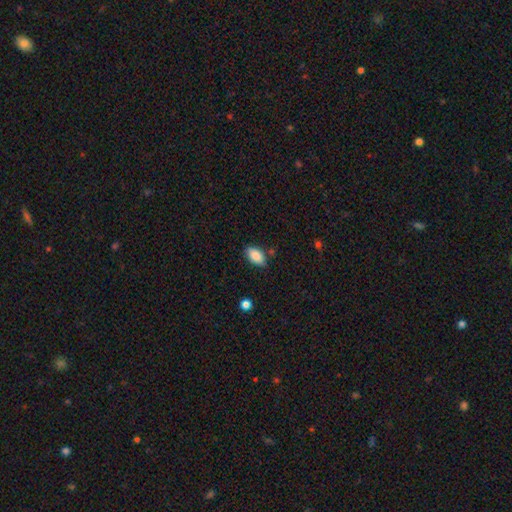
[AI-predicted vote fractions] smooth 88%, star or artifact 7%, featured or disk 5%. Down the decision tree: how rounded — in between (93%); merging — none (79%).